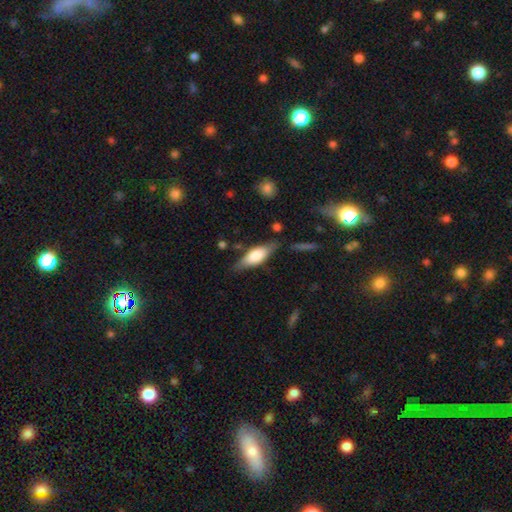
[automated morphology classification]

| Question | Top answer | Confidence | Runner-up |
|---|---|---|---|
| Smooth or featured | smooth | 59% | featured or disk (35%) |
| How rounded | in between | 66% | cigar-shaped (31%) |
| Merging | none | 73% | minor disturbance (19%) |